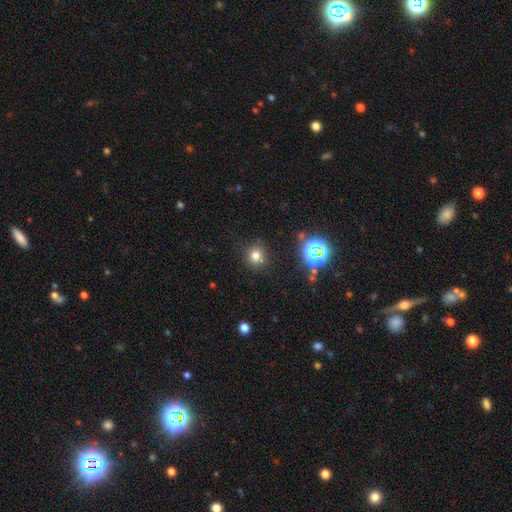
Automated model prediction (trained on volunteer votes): A smooth galaxy with no disk features (75%) that is round (91%).

Vote fractions:
- Smooth or featured? smooth: 75% / star or artifact: 19% / featured or disk: 7%
- How rounded? round: 91% / in between: 8% / cigar-shaped: 1%
- Merging? none: 88% / minor disturbance: 7% / major disturbance: 3% / merger: 2%